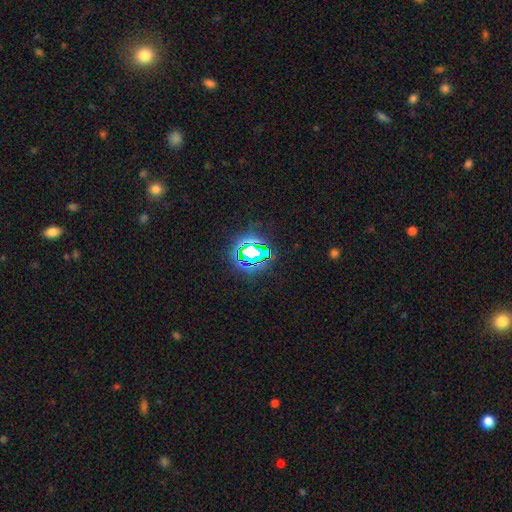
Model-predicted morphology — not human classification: A star or artifact, not a galaxy (70%).